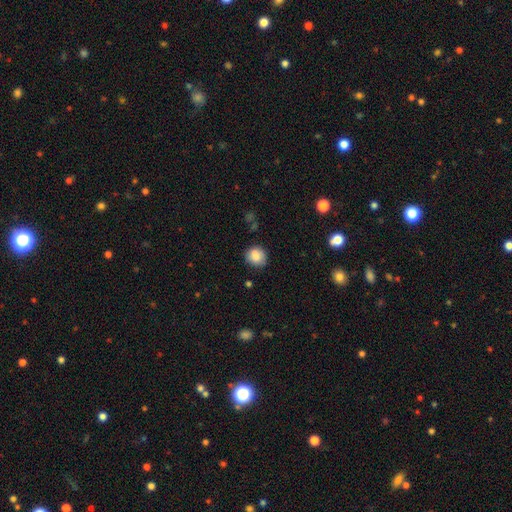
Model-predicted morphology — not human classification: smooth 85%, star or artifact 9%, featured or disk 6%. Down the decision tree: how rounded — round (78%); merging — none (79%).